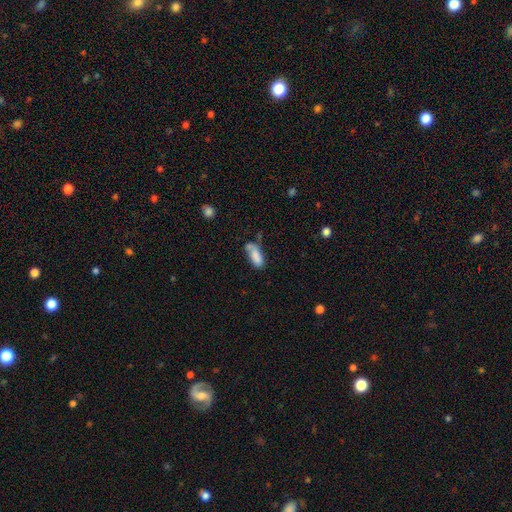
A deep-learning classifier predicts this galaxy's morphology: Overall: smooth (80%). How rounded: in between (76%). Merging: none (41%; minor disturbance 28%).